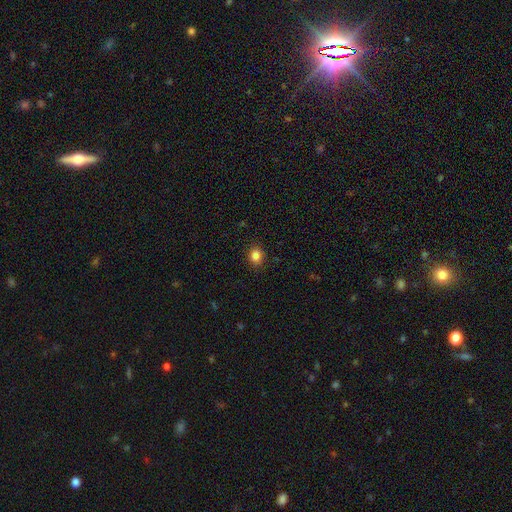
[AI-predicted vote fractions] Smooth or featured: smooth — 85% (star or artifact — 11%)
How rounded: round — 63% (in between — 36%)
Merging: none — 89% (minor disturbance — 8%)